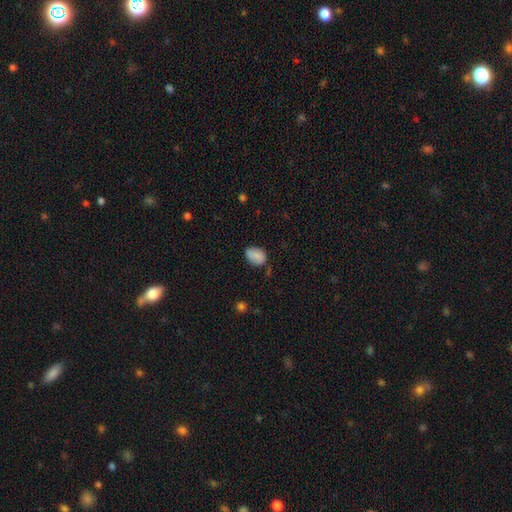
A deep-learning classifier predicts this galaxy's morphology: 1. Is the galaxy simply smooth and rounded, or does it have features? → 84% smooth, 8% star or artifact, 7% featured or disk.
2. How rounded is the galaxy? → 81% in between, 18% round, 1% cigar-shaped.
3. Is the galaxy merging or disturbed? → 68% none, 25% minor disturbance, 5% major disturbance, 3% merger.